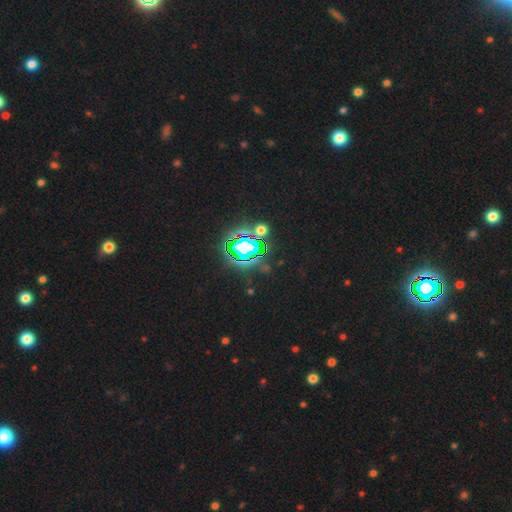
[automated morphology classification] The model was most divided on "smooth or featured": star or artifact: 86%, smooth: 8%, featured or disk: 6%.